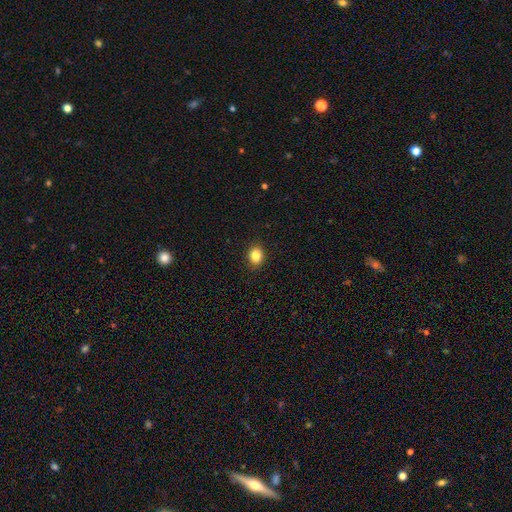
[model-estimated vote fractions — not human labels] Smooth or featured: smooth — 85% (star or artifact — 10%)
How rounded: round — 58% (in between — 41%)
Merging: none — 90% (minor disturbance — 7%)